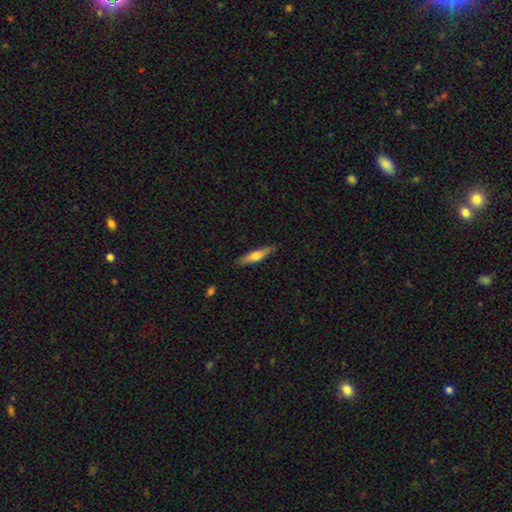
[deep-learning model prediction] Smooth or featured?
  - smooth: 58% *
  - featured or disk: 36%
  - star or artifact: 6%
How rounded?
  - cigar-shaped: 77% *
  - in between: 21%
  - round: 2%
Merging?
  - none: 86% *
  - minor disturbance: 11%
  - major disturbance: 2%
  - merger: 1%